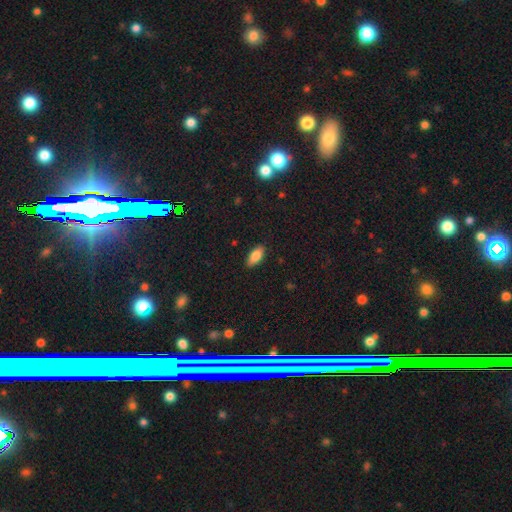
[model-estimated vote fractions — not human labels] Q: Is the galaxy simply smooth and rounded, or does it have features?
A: smooth — 84%.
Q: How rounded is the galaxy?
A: in between — 86%.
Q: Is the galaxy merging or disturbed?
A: none — 87%.